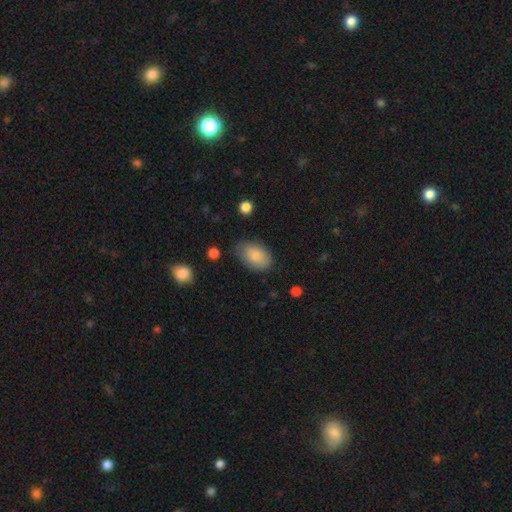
Smooth or featured? smooth (84%)
How rounded? in between (91%)
Merging? none (81%)